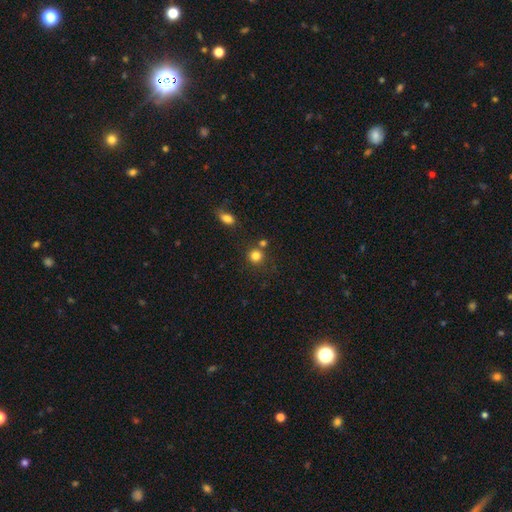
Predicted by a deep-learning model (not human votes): Q: Smooth or featured?
A: smooth (81%); runner-up: star or artifact (13%)
Q: How rounded?
A: round (90%); runner-up: in between (9%)
Q: Merging?
A: none (74%); runner-up: merger (14%)